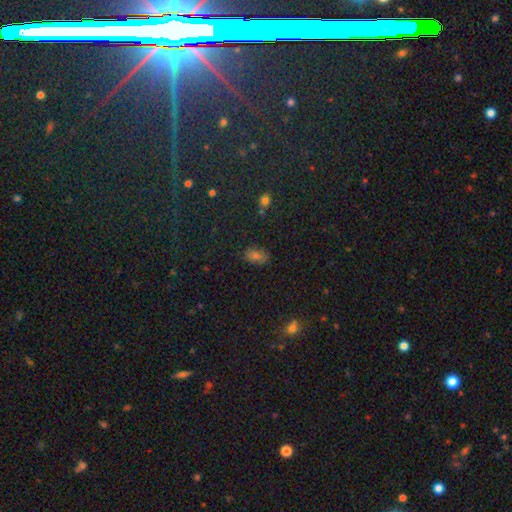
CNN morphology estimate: type=smooth (58%); roundness=in between (83%); merging=none (81%).